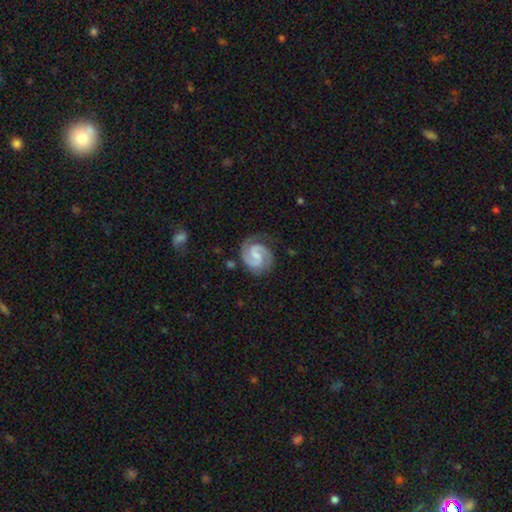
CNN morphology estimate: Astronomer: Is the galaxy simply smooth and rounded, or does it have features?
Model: featured or disk — 88%.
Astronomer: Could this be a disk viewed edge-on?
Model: no — 98%.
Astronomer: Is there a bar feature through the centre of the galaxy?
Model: weak — 54%.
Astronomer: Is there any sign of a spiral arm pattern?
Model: yes — 98%.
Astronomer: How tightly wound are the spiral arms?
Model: medium — 51% (runner-up: tight, 39%).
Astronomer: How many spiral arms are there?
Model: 2 — 92%.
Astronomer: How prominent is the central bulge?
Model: small — 44% (runner-up: none, 31%).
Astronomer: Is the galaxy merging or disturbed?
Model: none — 78%.